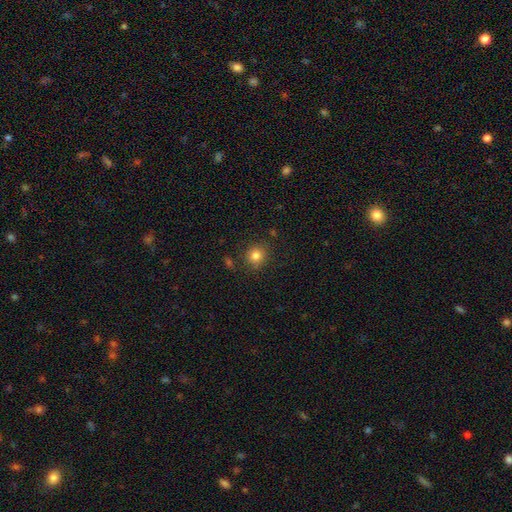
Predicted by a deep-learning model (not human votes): Q: Smooth or featured?
A: smooth (82%); runner-up: star or artifact (12%)
Q: How rounded?
A: round (87%); runner-up: in between (12%)
Q: Merging?
A: none (84%); runner-up: minor disturbance (10%)